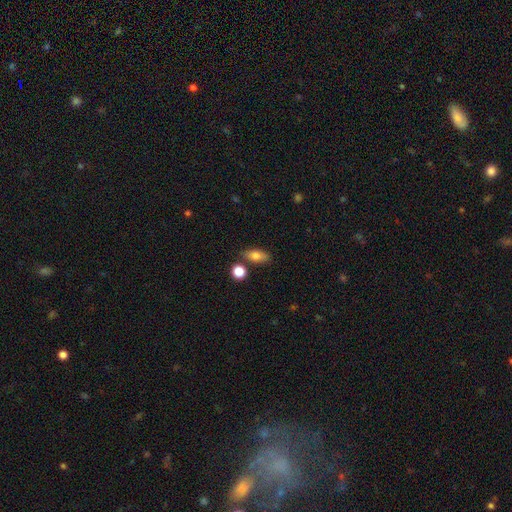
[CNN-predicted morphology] This appears to be a smooth galaxy with no disk features (77%) that is in between round and cigar-shaped (77%). Merging: none (77%).